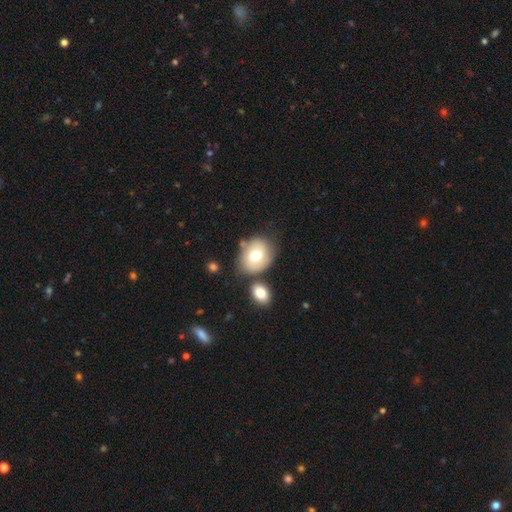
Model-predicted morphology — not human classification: type=smooth (67%); roundness=in between (52%); merging=none (60%).